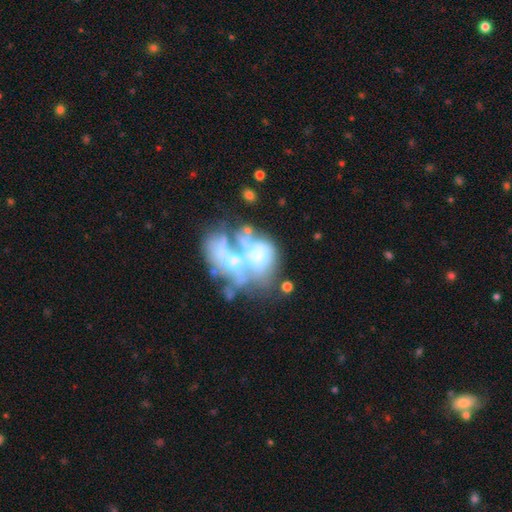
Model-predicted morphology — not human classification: Overall: featured or disk (63%). Edge-on disk: no (98%). Bar: no (86%). Spiral arms: no (89%). Bulge size: none (40%; moderate 33%). Merging: merger (53%; major disturbance 26%).